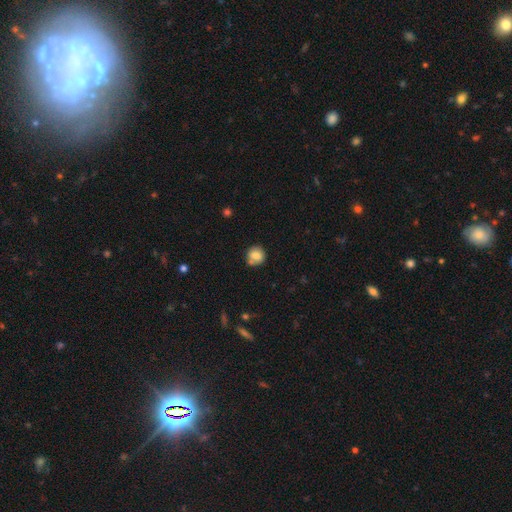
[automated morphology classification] This appears to be a smooth galaxy with no disk features (79%) that is round (85%). Merging: none (68%).